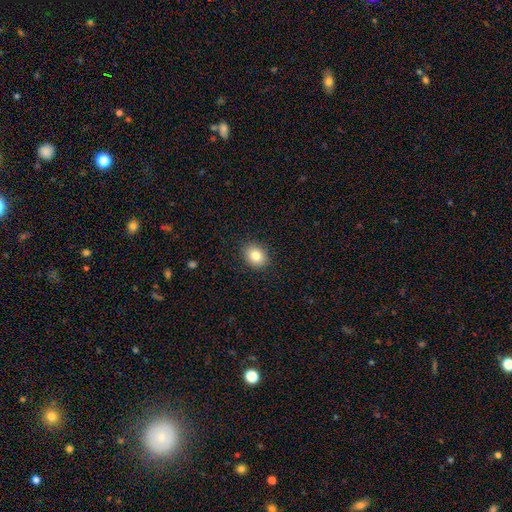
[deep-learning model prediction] smooth-or-featured: smooth: 83% | star or artifact: 10% | featured or disk: 7%
  how-rounded: round: 54% | in between: 45% | cigar-shaped: 1%
  merging: none: 90% | minor disturbance: 7% | major disturbance: 2% | merger: 1%